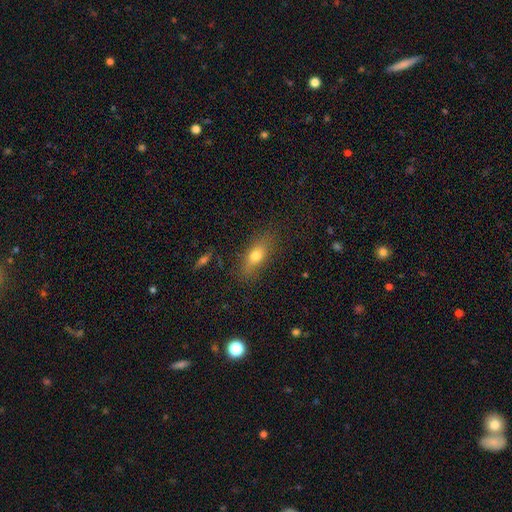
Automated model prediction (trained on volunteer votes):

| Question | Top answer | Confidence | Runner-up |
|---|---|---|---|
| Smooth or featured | smooth | 70% | featured or disk (20%) |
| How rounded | in between | 69% | cigar-shaped (24%) |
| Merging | none | 80% | minor disturbance (14%) |